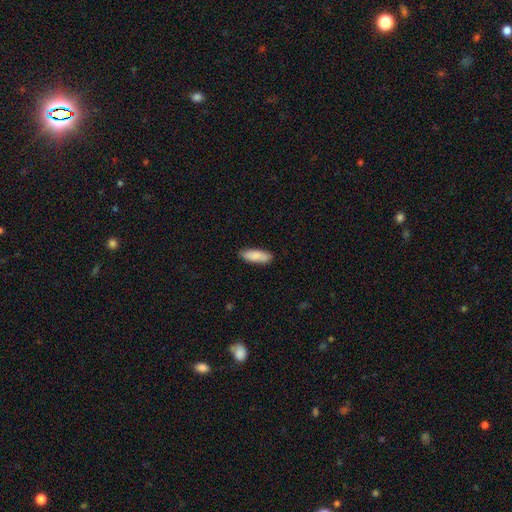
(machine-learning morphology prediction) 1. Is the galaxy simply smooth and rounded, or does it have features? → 87% smooth, 8% featured or disk, 5% star or artifact.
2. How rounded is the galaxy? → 60% in between, 39% cigar-shaped, 2% round.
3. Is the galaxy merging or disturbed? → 87% none, 11% minor disturbance, 2% major disturbance, 1% merger.